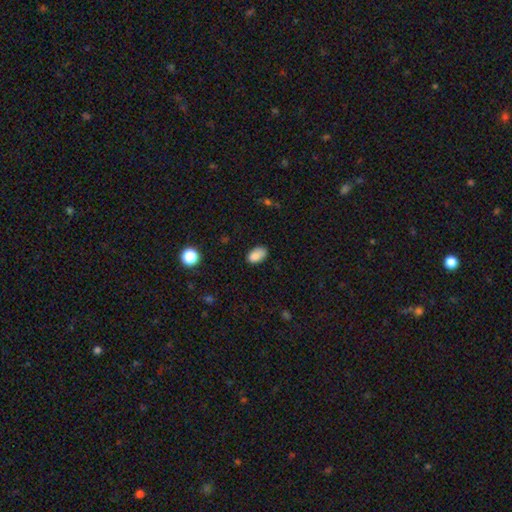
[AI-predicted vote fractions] A smooth galaxy with no disk features (85%) that is in between round and cigar-shaped (90%).

Vote fractions:
- Smooth or featured? smooth: 85% / star or artifact: 9% / featured or disk: 5%
- How rounded? in between: 90% / round: 8% / cigar-shaped: 1%
- Merging? none: 72% / minor disturbance: 22% / major disturbance: 4% / merger: 2%